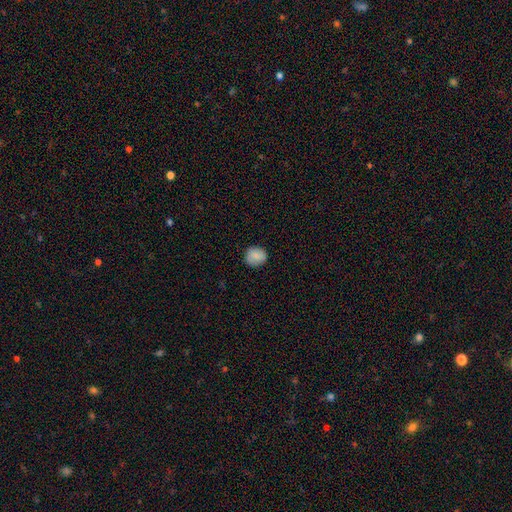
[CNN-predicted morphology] A smooth galaxy with no disk features (85%) that is round (85%). Merging: none (87%).